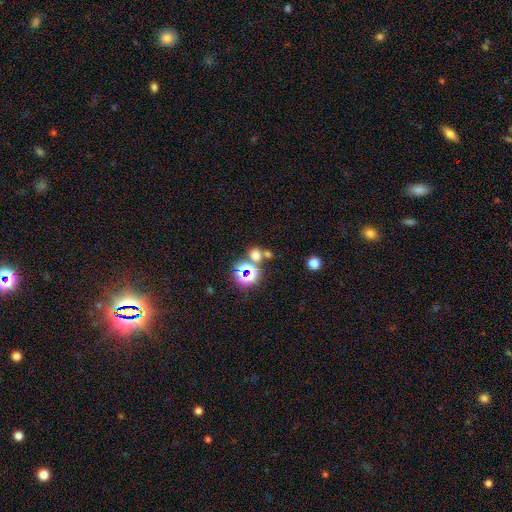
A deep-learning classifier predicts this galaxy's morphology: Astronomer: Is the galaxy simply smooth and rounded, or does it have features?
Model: smooth — 56% (runner-up: star or artifact, 36%).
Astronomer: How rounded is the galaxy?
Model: round — 74%.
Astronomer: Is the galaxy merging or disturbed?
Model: none — 62%.